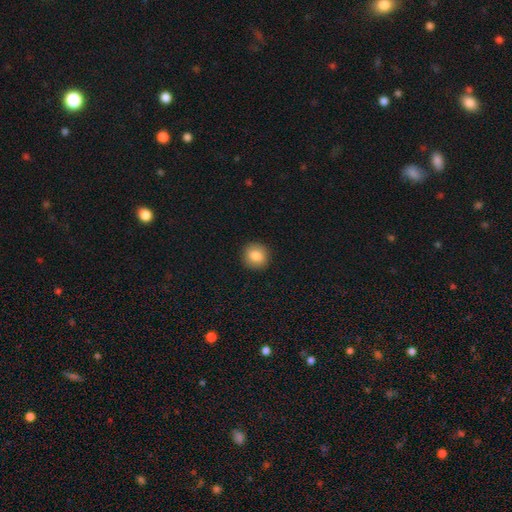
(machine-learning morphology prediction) smooth 85%, star or artifact 9%, featured or disk 6%. Down the decision tree: how rounded — round (90%); merging — none (92%).